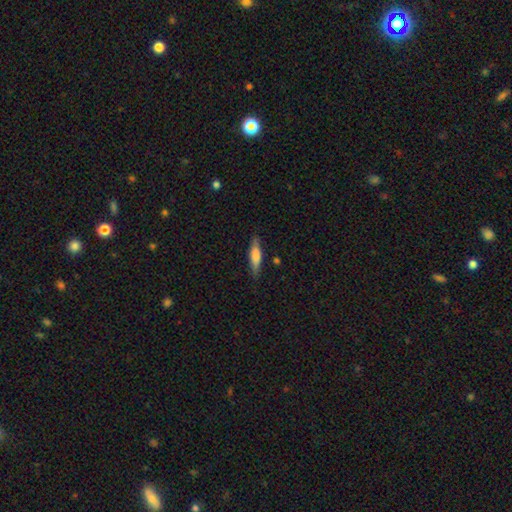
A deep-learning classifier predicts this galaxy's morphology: Smooth or featured? Predicted: smooth (p=0.70). How rounded? Predicted: cigar-shaped (p=0.72). Merging? Predicted: none (p=0.82).